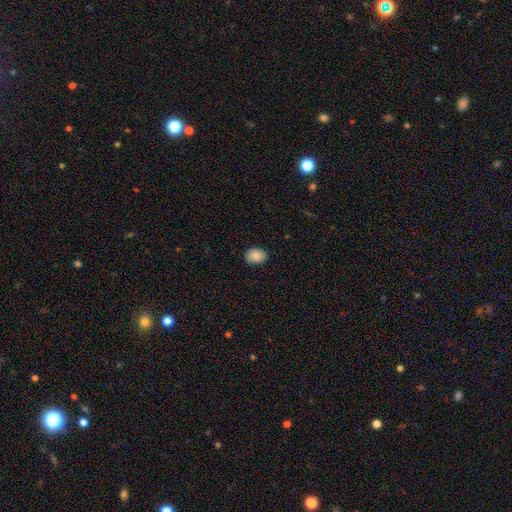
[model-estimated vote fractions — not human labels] Smooth or featured? Predicted: smooth (p=0.88). How rounded? Predicted: in between (p=0.69). Merging? Predicted: none (p=0.87).